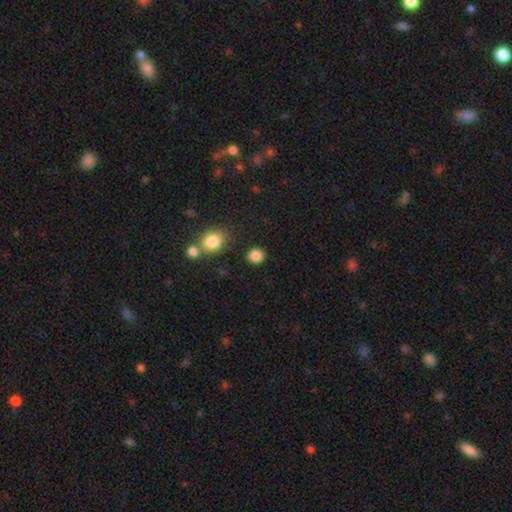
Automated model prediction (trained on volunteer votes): A smooth galaxy with no disk features (86%) that is round (87%). Merging: none (88%).